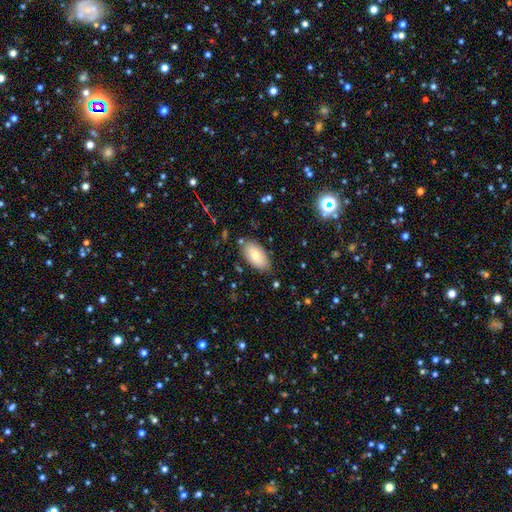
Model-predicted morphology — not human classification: This is likely a smooth galaxy (78%). How rounded: clearly in between (94%). Merging: clearly none (81%).